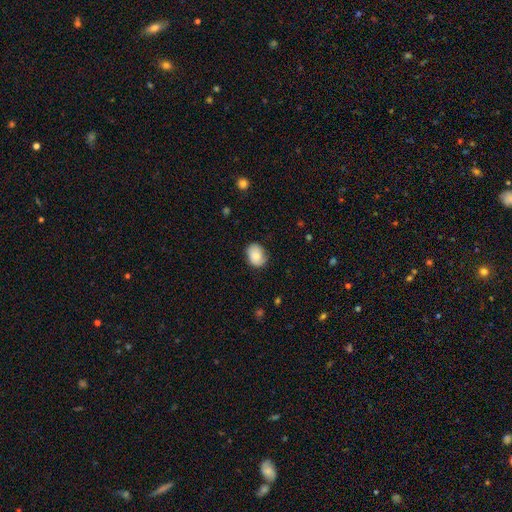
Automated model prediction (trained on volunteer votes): This is likely a smooth galaxy (78%). How rounded: possibly in between (59%). Merging: likely none (71%).